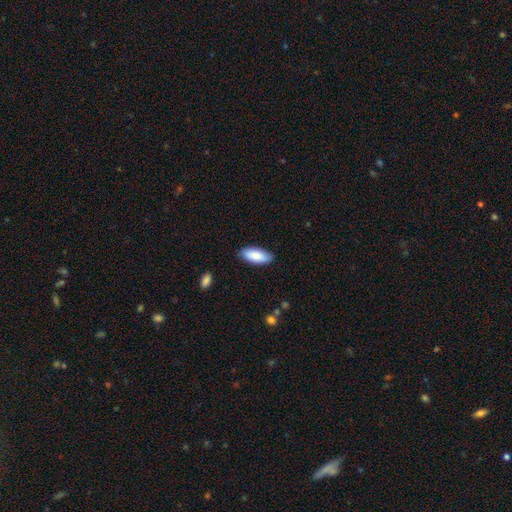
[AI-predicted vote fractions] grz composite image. It shows a smooth galaxy with no disk features (87%) that is in between round and cigar-shaped (80%). Merging: none (86%).